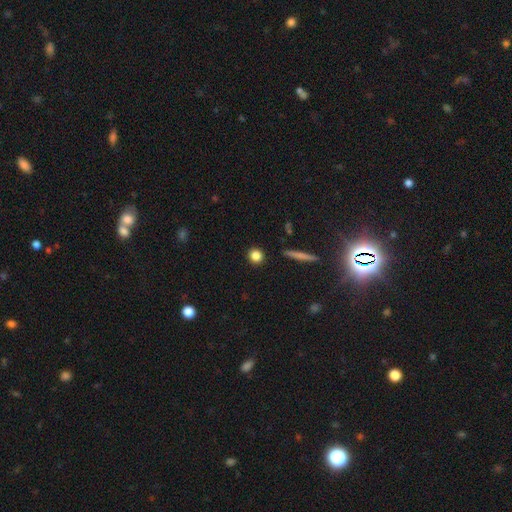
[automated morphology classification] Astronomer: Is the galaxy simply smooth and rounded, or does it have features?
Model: smooth — 83%.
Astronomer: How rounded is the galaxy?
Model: round — 90%.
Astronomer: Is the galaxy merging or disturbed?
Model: none — 91%.